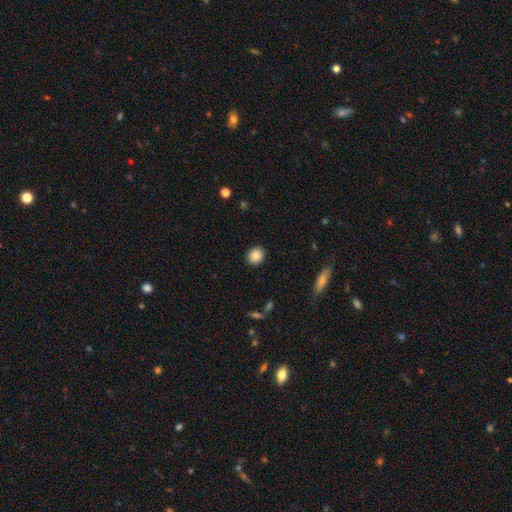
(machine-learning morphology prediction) This is clearly a smooth galaxy (87%). How rounded: likely round (66%). Merging: clearly none (90%).